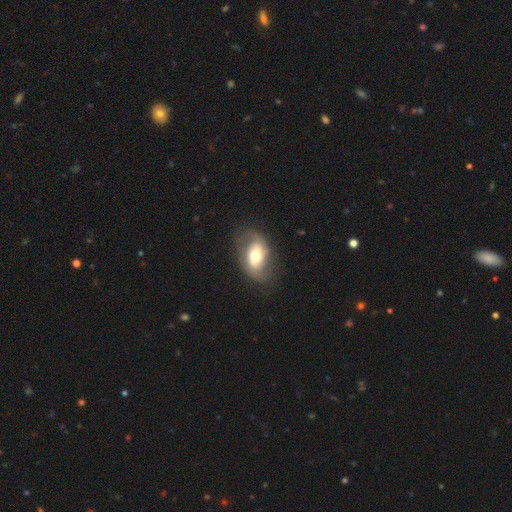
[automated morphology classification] This appears to be a featured or disk galaxy (50%). Merging: none (69%).